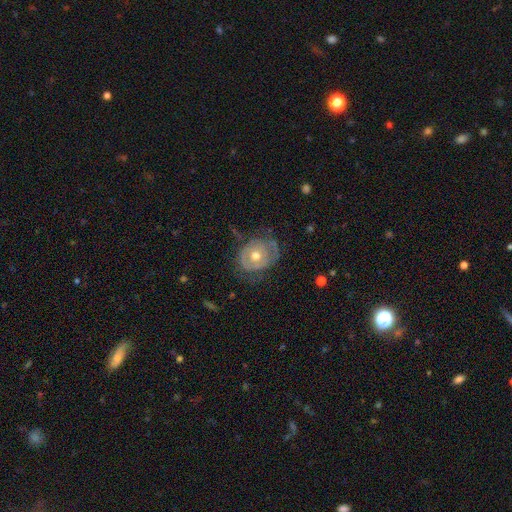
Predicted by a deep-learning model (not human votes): Morphology: type=featured or disk (60%); edge-on=no (96%); bar=no (85%); spiral arms=no (58%); bulge=moderate (76%); merging=none (56%).